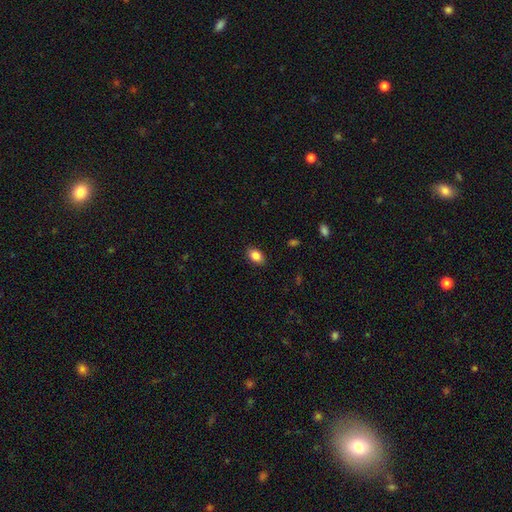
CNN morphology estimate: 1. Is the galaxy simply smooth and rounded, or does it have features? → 86% smooth, 8% star or artifact, 6% featured or disk.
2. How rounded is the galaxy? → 87% in between, 12% round, 2% cigar-shaped.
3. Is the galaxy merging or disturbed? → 87% none, 9% minor disturbance, 2% major disturbance, 1% merger.